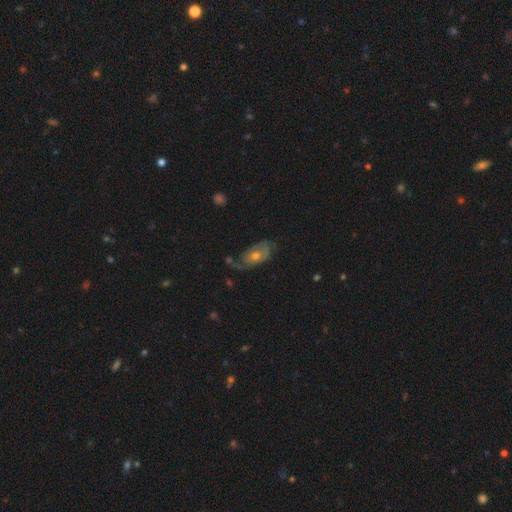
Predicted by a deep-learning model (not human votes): Smooth or featured: featured or disk — 65% (smooth — 26%)
Edge-on disk: no — 92% (yes — 8%)
Bar: no — 81% (weak — 16%)
Spiral arms: yes — 72% (no — 28%)
Bulge size: moderate — 65% (small — 28%)
Merging: none — 48% (minor disturbance — 27%)